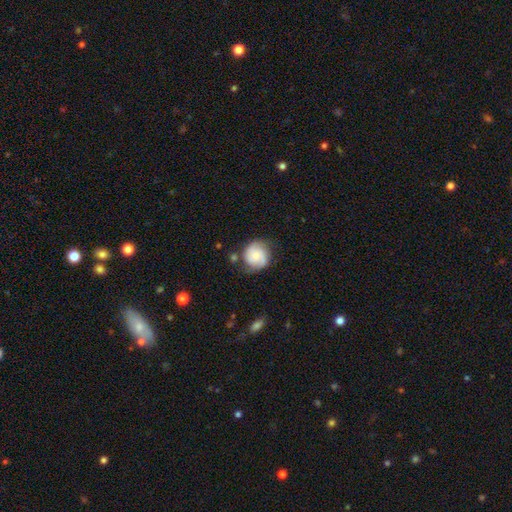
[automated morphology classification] type=smooth (49%); merging=none (68%).